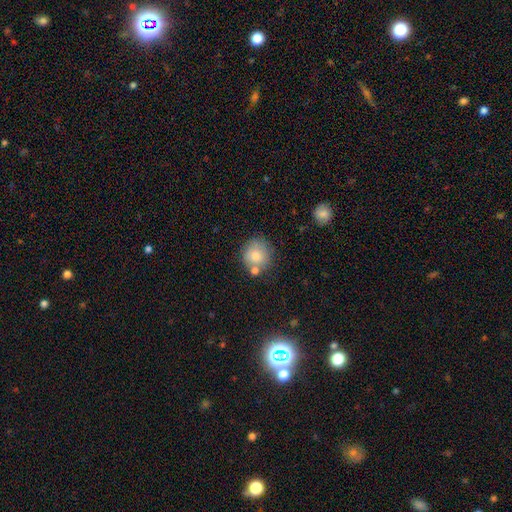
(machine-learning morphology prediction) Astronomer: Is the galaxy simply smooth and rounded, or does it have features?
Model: smooth — 77%.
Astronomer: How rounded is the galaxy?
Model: round — 88%.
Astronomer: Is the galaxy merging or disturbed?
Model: none — 63%.